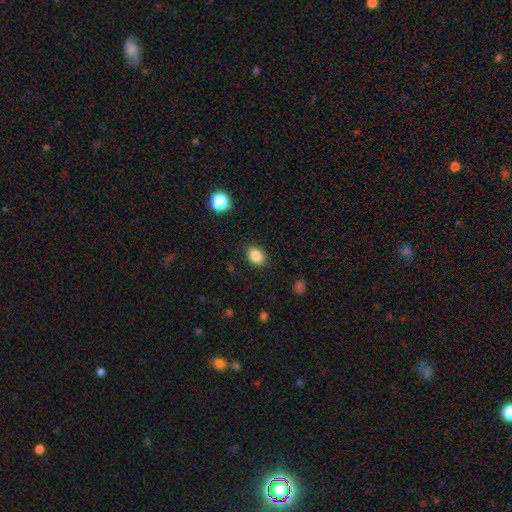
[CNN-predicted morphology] Smooth or featured? smooth (85%)
How rounded? in between (77%)
Merging? none (86%)